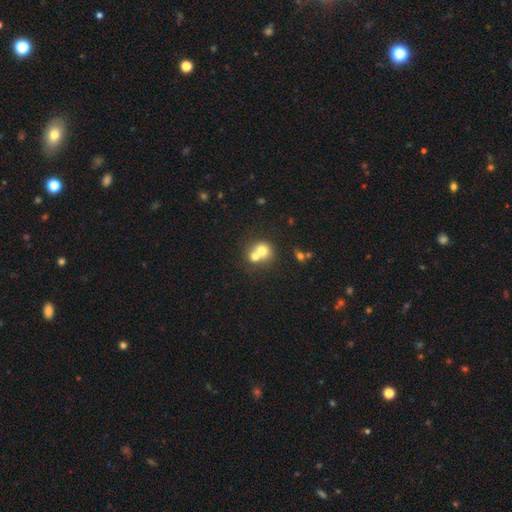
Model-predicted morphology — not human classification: This appears to be a smooth galaxy with no disk features (68%) that is round (78%). Merging: merger (62%).